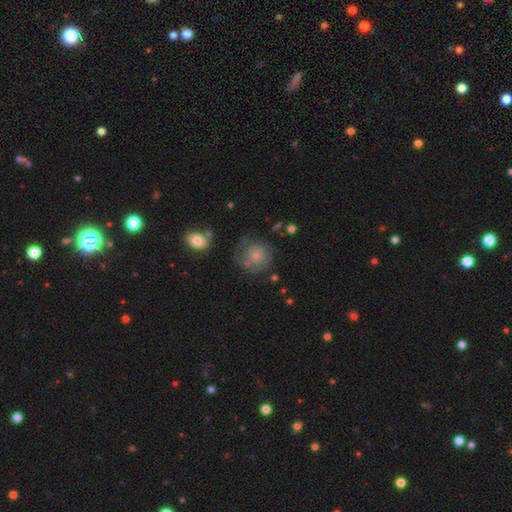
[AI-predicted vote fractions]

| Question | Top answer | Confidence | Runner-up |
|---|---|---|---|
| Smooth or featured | featured or disk | 54% | smooth (37%) |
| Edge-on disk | no | 98% | yes (2%) |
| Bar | no | 82% | weak (15%) |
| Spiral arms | yes | 79% | no (21%) |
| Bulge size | small | 50% | moderate (28%) |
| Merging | none | 57% | minor disturbance (20%) |